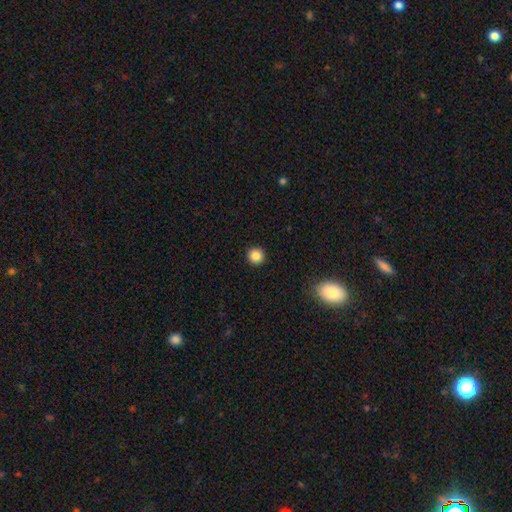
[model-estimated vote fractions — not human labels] Smooth or featured? smooth (85%)
How rounded? round (95%)
Merging? none (93%)